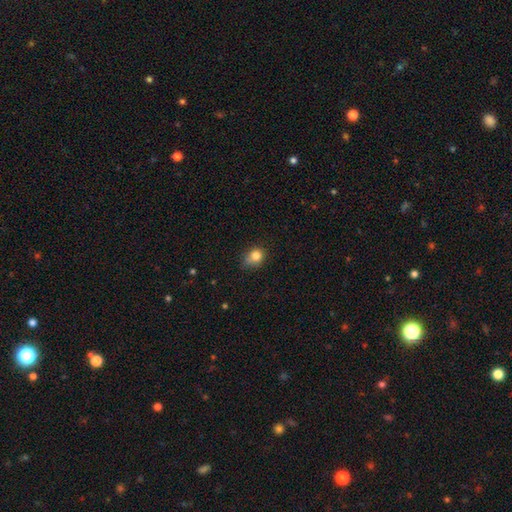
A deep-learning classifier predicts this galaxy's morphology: Q: Smooth or featured?
A: smooth (81%); runner-up: star or artifact (12%)
Q: How rounded?
A: round (62%); runner-up: in between (37%)
Q: Merging?
A: none (53%); runner-up: minor disturbance (35%)